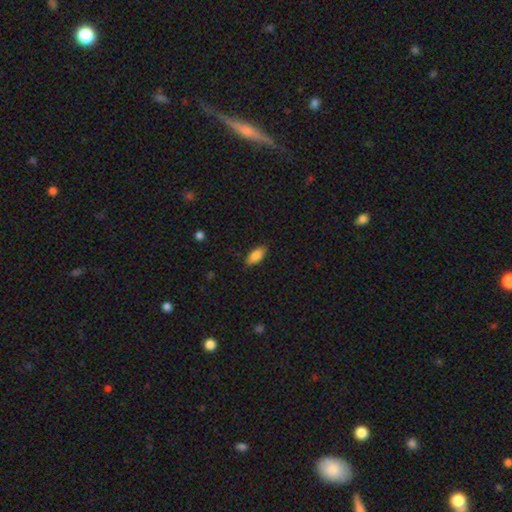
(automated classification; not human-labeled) Smooth or featured?
  - smooth: 86% *
  - featured or disk: 7%
  - star or artifact: 7%
How rounded?
  - in between: 87% *
  - cigar-shaped: 11%
  - round: 2%
Merging?
  - none: 85% *
  - minor disturbance: 11%
  - major disturbance: 2%
  - merger: 1%